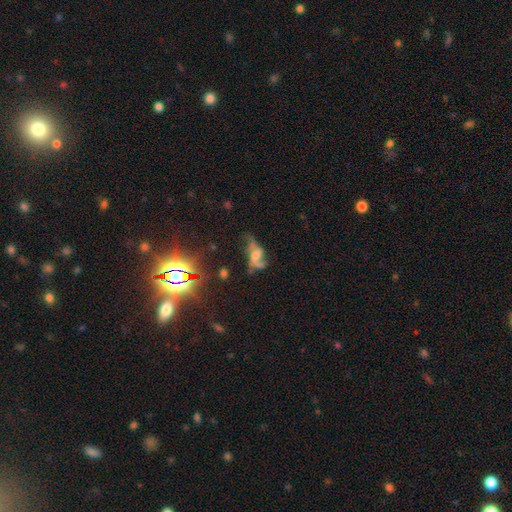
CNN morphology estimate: Smooth or featured? featured or disk (65%)
Edge-on disk? no (94%)
Bar? no (56%)
Spiral arms? yes (77%)
Bulge size? none (31%)
Merging? none (36%)